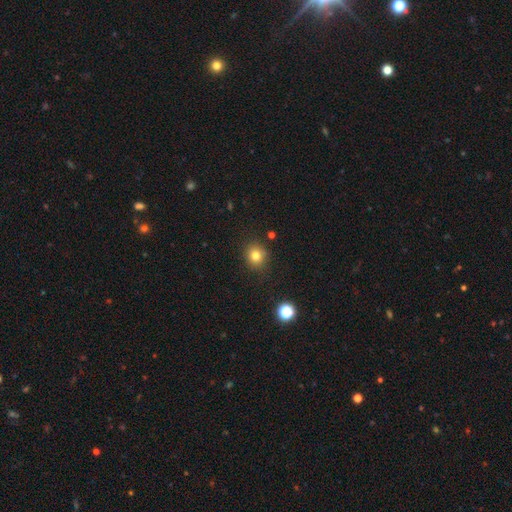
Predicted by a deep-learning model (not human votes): smooth-or-featured: smooth: 80% | star or artifact: 13% | featured or disk: 7%
  how-rounded: round: 83% | in between: 16% | cigar-shaped: 1%
  merging: none: 88% | minor disturbance: 8% | major disturbance: 2% | merger: 2%